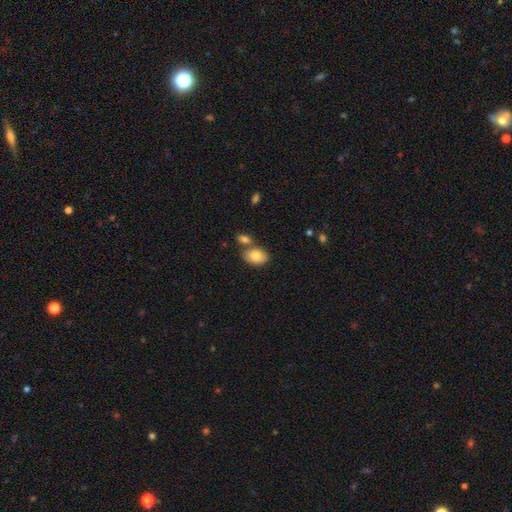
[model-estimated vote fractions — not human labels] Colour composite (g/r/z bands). It shows a smooth galaxy with no disk features (79%) that is in between round and cigar-shaped (85%). Merging: none (57%).